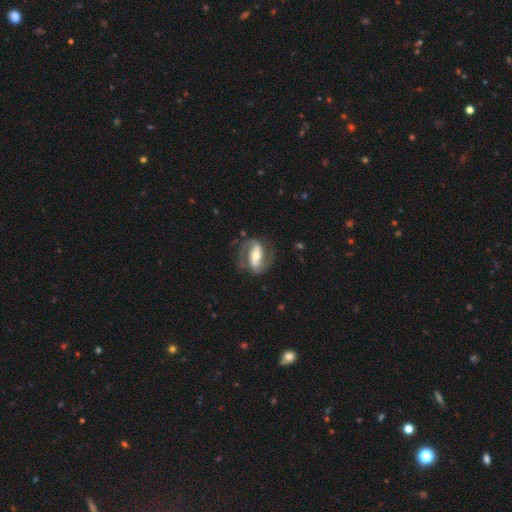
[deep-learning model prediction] smooth_or_featured: featured or disk (p=0.85) [alt: smooth p=0.10]
disk_edge_on: no (p=0.95) [alt: yes p=0.05]
bar: strong (p=0.59) [alt: weak p=0.23]
has_spiral_arms: yes (p=0.92) [alt: no p=0.08]
spiral_winding: medium (p=0.51) [alt: tight p=0.26]
spiral_arm_count: 2 (p=0.91) [alt: can't tell p=0.03]
bulge_size: moderate (p=0.65) [alt: small p=0.25]
merging: none (p=0.76) [alt: minor disturbance p=0.14]